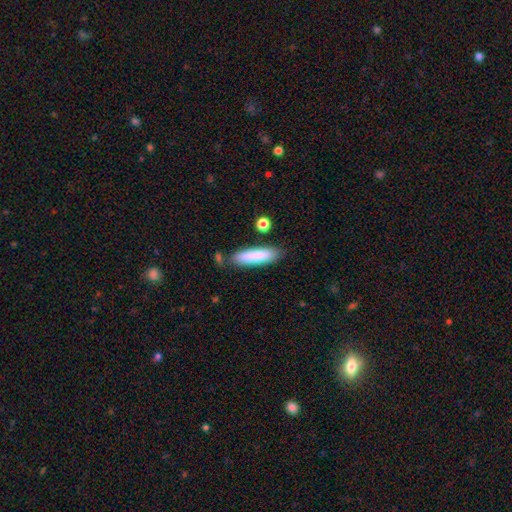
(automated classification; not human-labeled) Smooth or featured: smooth — 83% (featured or disk — 11%)
How rounded: cigar-shaped — 76% (in between — 23%)
Merging: none — 77% (minor disturbance — 14%)